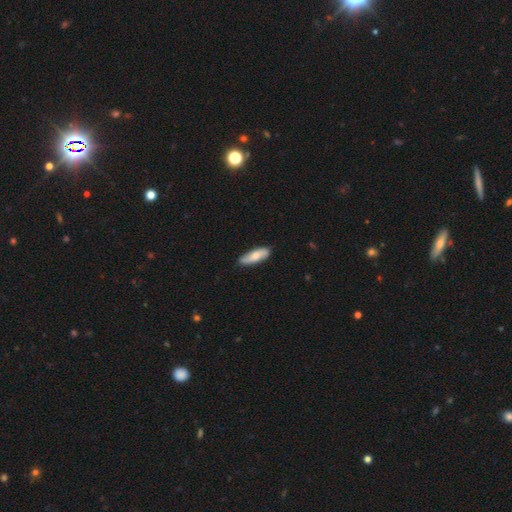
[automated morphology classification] This appears to be a smooth galaxy with no disk features (67%) that is in between round and cigar-shaped (53%). Merging: none (85%).